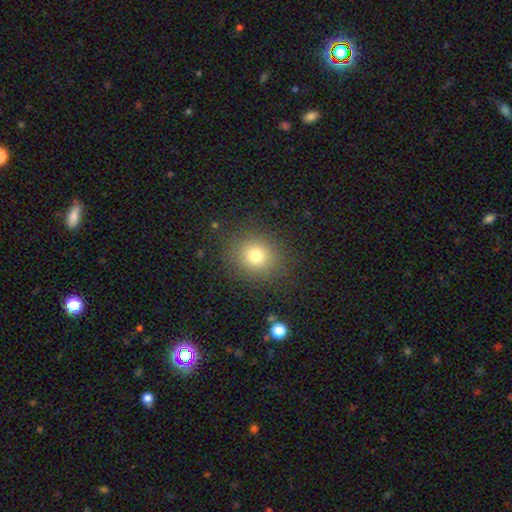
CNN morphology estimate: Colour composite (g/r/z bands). It shows a smooth galaxy with no disk features (76%) that is round (82%). Merging: none (87%).